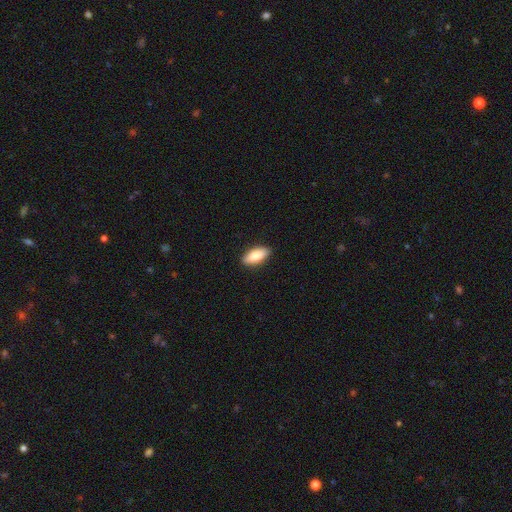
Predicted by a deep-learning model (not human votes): smooth_or_featured: smooth (p=0.83) [alt: featured or disk p=0.11]
how_rounded: in between (p=0.84) [alt: cigar-shaped p=0.14]
merging: none (p=0.89) [alt: minor disturbance p=0.08]